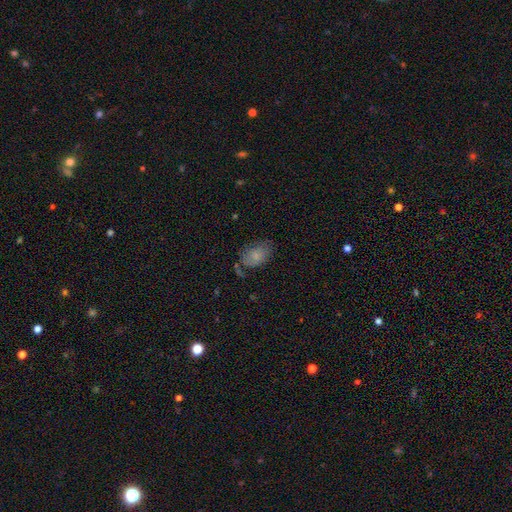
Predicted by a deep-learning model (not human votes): Smooth or featured? smooth (77%)
How rounded? in between (87%)
Merging? none (59%)